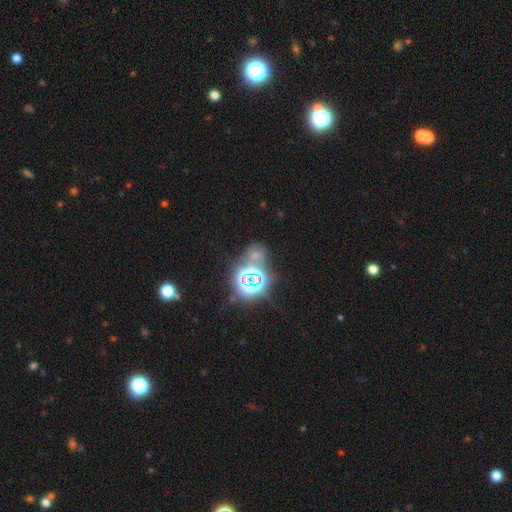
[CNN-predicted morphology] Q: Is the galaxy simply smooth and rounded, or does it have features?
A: star or artifact — 60%.